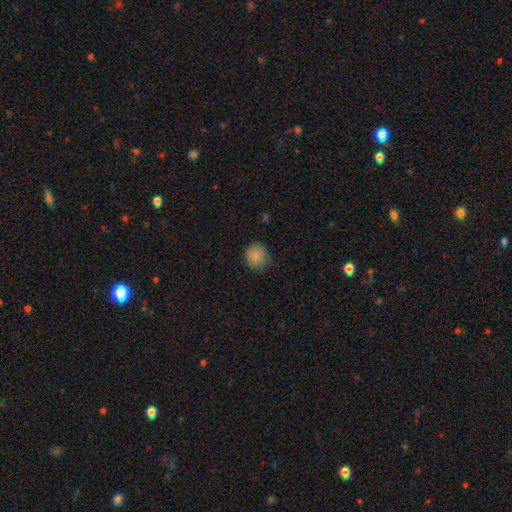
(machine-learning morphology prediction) Q: Smooth or featured?
A: smooth (84%); runner-up: star or artifact (9%)
Q: How rounded?
A: round (83%); runner-up: in between (16%)
Q: Merging?
A: none (74%); runner-up: minor disturbance (21%)